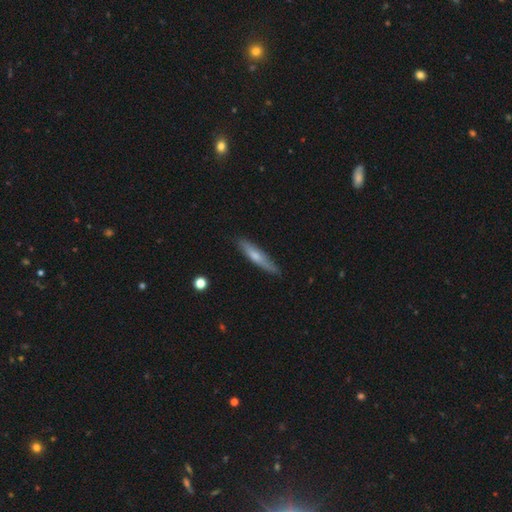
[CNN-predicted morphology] smooth_or_featured: smooth (p=0.56) [alt: featured or disk p=0.38]
how_rounded: cigar-shaped (p=0.87) [alt: in between p=0.12]
merging: none (p=0.83) [alt: minor disturbance p=0.13]